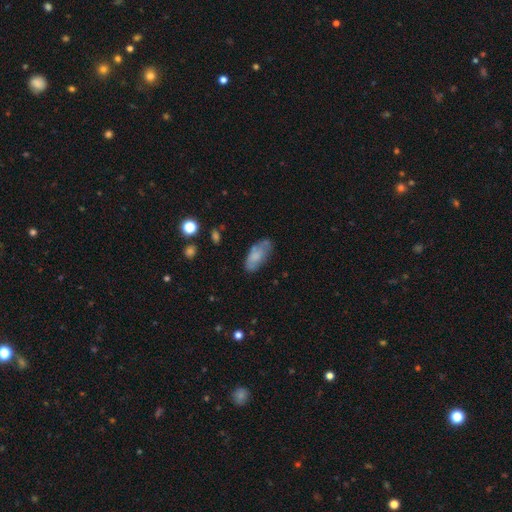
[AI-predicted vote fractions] This appears to be a smooth galaxy with no disk features (66%) that is in between round and cigar-shaped (88%). Merging: none (62%).